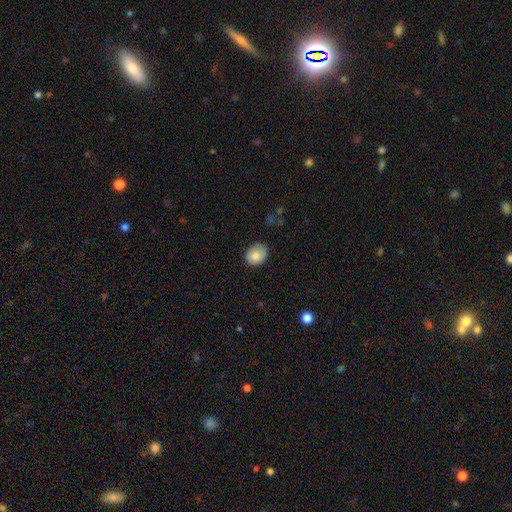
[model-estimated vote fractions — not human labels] A smooth galaxy with no disk features (83%) that is round (54%). Merging: none (76%).